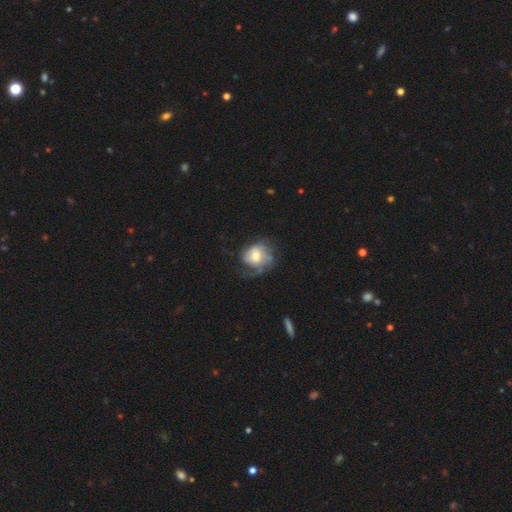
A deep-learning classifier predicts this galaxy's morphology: A featured or disk galaxy (53%) with no bar (66%), spiral arms (70%) and a moderate central bulge (62%).

Vote fractions:
- Smooth or featured? featured or disk: 53% / smooth: 39% / star or artifact: 8%
- Edge-on disk? no: 97% / yes: 3%
- Bar? no: 66% / weak: 29% / strong: 6%
- Spiral arms? yes: 70% / no: 30%
- Bulge size? moderate: 62% / small: 21% / large: 13% / none: 2% / dominant: 1%
- Merging? none: 42% / major disturbance: 29% / minor disturbance: 26% / merger: 2%